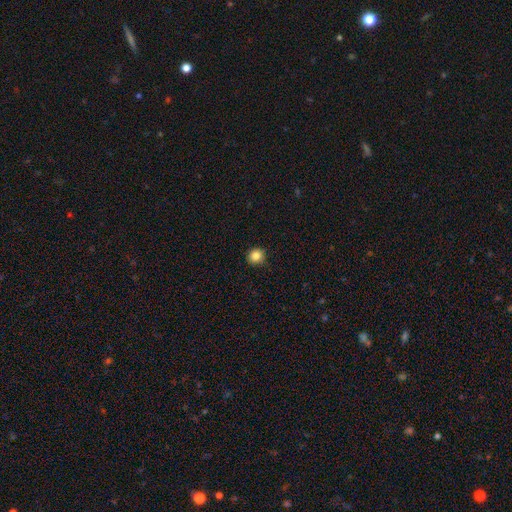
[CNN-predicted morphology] The model was most divided on "smooth or featured": smooth: 84%, star or artifact: 11%, featured or disk: 5%. More confident: how rounded — round (92%); merging — none (91%).